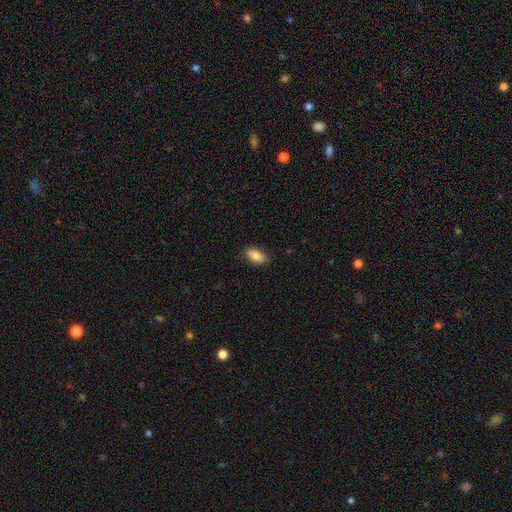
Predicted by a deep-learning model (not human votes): The model was most divided on "merging": none: 87%, minor disturbance: 10%, major disturbance: 2%, merger: 1%. More confident: how rounded — in between (92%); smooth or featured — smooth (85%).